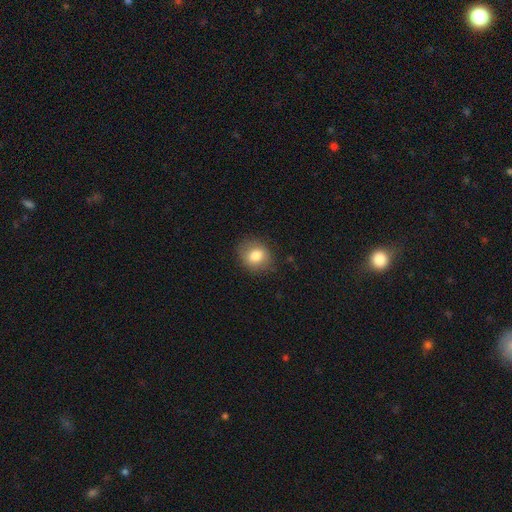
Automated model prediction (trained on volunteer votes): This is likely a smooth galaxy (80%). How rounded: likely round (69%). Merging: clearly none (82%).